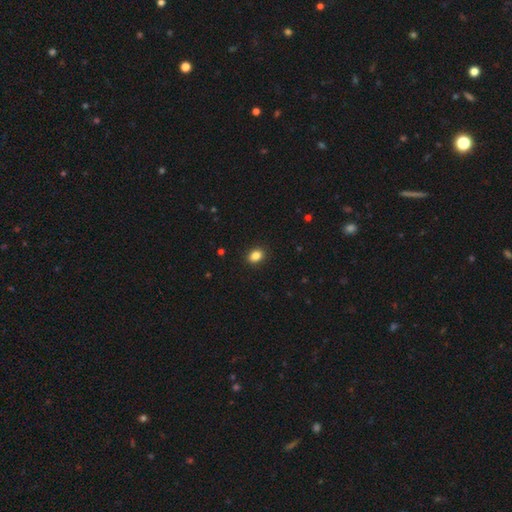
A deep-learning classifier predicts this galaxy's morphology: A smooth galaxy with no disk features (86%) that is in between round and cigar-shaped (62%). Merging: none (90%).